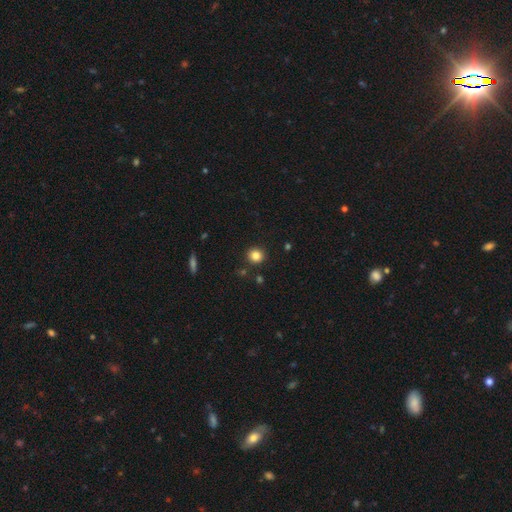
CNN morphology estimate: Smooth or featured: smooth — 83% (star or artifact — 11%)
How rounded: round — 92% (in between — 7%)
Merging: none — 90% (minor disturbance — 6%)